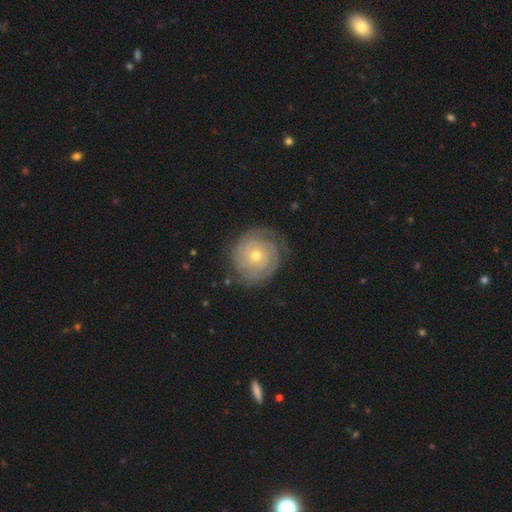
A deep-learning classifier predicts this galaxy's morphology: This is clearly a featured or disk galaxy (81%). It is clearly not viewed edge-on (97%). Bar: clearly no (83%). Spiral arm pattern: clearly yes (94%). Spiral arm count: marginally 2 (32%). Spiral winding: clearly tight (86%). Central bulge: possibly moderate (51%). Merging: likely none (79%).